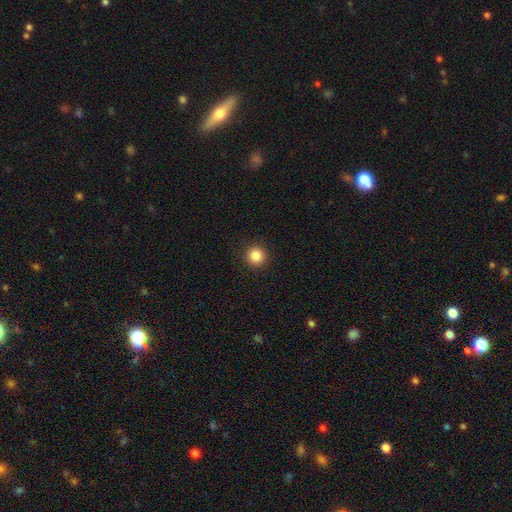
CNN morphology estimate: Smooth or featured?
  - smooth: 86% *
  - star or artifact: 11%
  - featured or disk: 4%
How rounded?
  - round: 95% *
  - in between: 4%
  - cigar-shaped: 1%
Merging?
  - none: 93% *
  - minor disturbance: 5%
  - major disturbance: 2%
  - merger: 1%